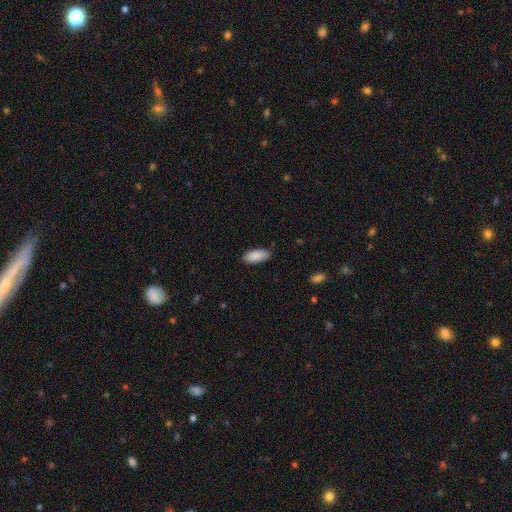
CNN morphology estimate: The model was most divided on "how rounded": in between: 82%, cigar-shaped: 16%, round: 2%. More confident: smooth or featured — smooth (90%); merging — none (87%).